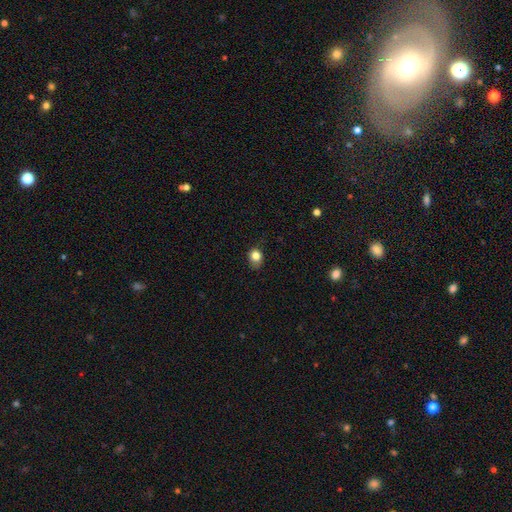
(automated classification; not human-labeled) Smooth or featured? Predicted: smooth (p=0.82). How rounded? Predicted: round (p=0.64). Merging? Predicted: none (p=0.68).